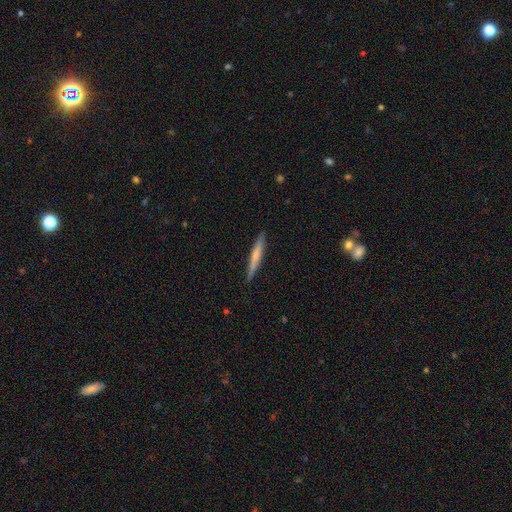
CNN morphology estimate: smooth_or_featured: smooth (p=0.54) [alt: featured or disk p=0.40]
how_rounded: cigar-shaped (p=0.95) [alt: in between p=0.04]
merging: none (p=0.90) [alt: minor disturbance p=0.08]